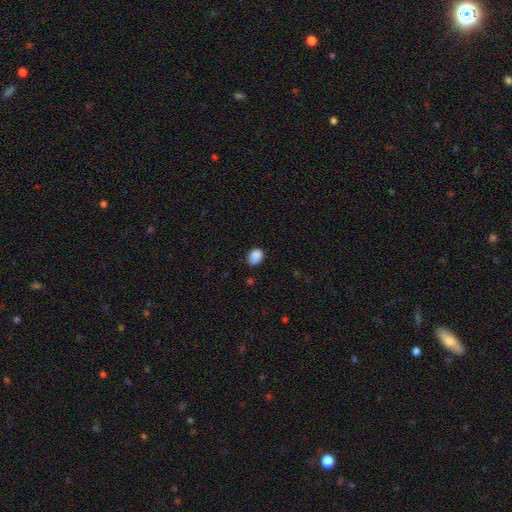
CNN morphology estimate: Smooth or featured: smooth — 86% (star or artifact — 9%)
How rounded: in between — 68% (round — 31%)
Merging: none — 66% (minor disturbance — 26%)